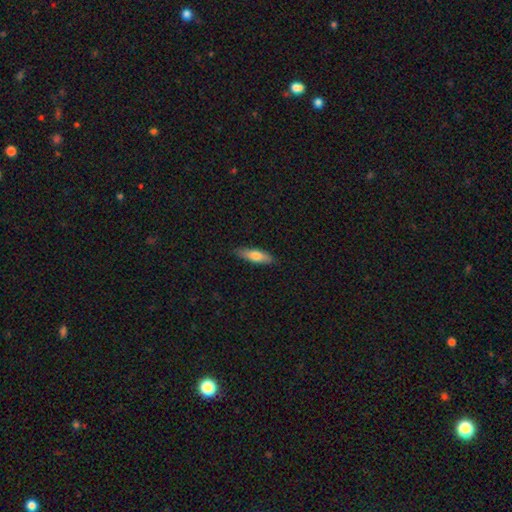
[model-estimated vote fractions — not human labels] This appears to be a smooth galaxy with no disk features (70%) that is cigar-shaped (53%). Merging: none (87%).